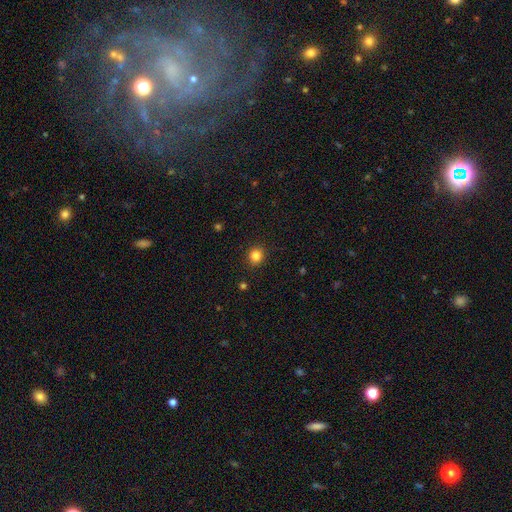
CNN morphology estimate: type=smooth (83%); roundness=round (85%); merging=none (91%).